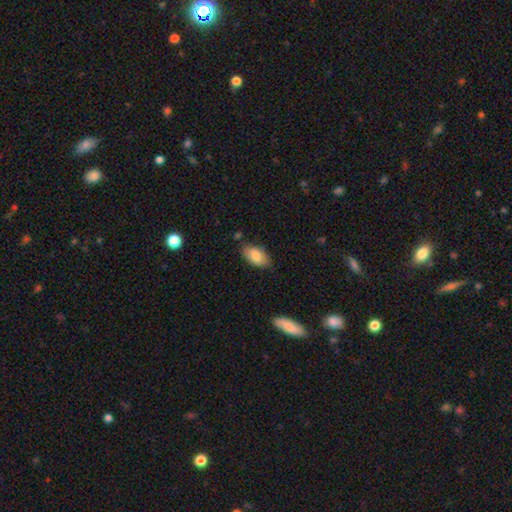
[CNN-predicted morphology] This appears to be a smooth galaxy with no disk features (81%) that is in between round and cigar-shaped (94%). Merging: none (75%).